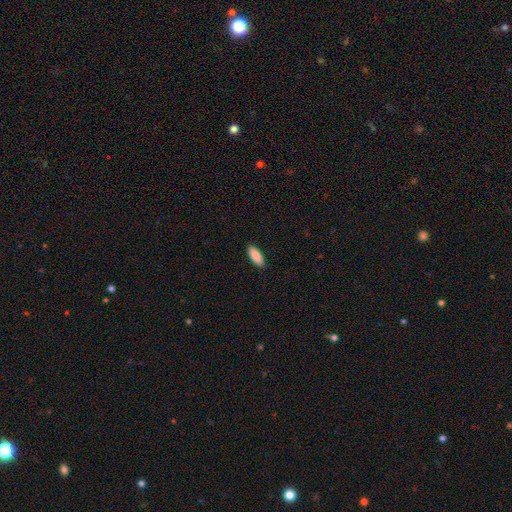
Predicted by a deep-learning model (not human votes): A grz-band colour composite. It shows a smooth galaxy with no disk features (90%) that is in between round and cigar-shaped (77%). Merging: none (90%).